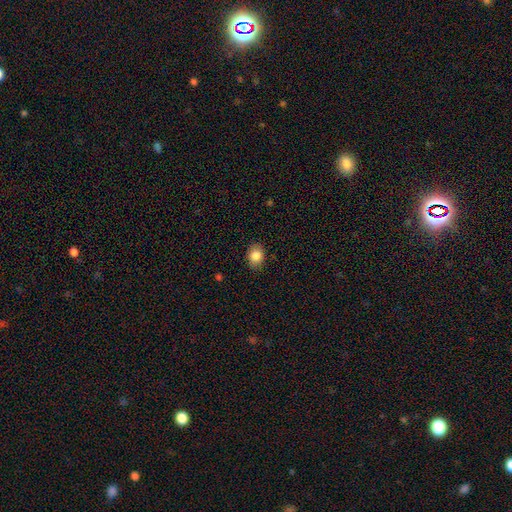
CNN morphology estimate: Smooth or featured: smooth — 84% (star or artifact — 9%)
How rounded: in between — 59% (round — 40%)
Merging: none — 85% (minor disturbance — 12%)